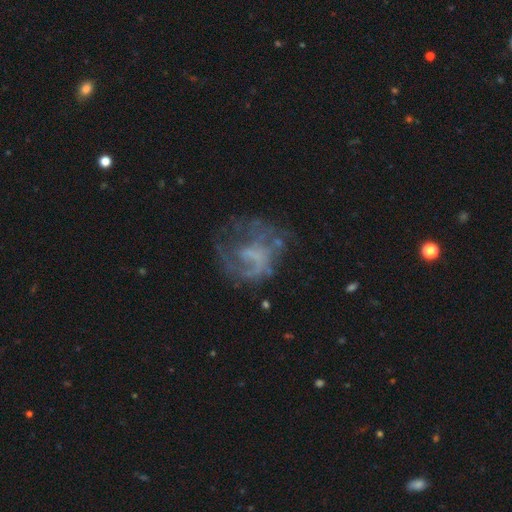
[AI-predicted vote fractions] Smooth or featured?
  - featured or disk: 69% *
  - smooth: 19%
  - star or artifact: 13%
Edge-on disk?
  - no: 98% *
  - yes: 2%
Bar?
  - no: 66% *
  - weak: 28%
  - strong: 6%
Spiral arms?
  - yes: 61% *
  - no: 39%
Bulge size?
  - none: 62% *
  - small: 19%
  - moderate: 14%
  - large: 4%
  - dominant: 1%
Merging?
  - none: 45% *
  - major disturbance: 35%
  - minor disturbance: 16%
  - merger: 4%